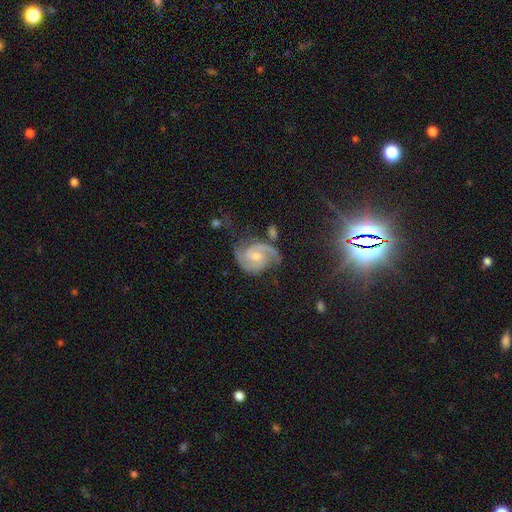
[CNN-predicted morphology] Q: Smooth or featured?
A: featured or disk (87%); runner-up: smooth (7%)
Q: Edge-on disk?
A: no (98%); runner-up: yes (2%)
Q: Bar?
A: no (51%); runner-up: weak (42%)
Q: Spiral arms?
A: yes (97%); runner-up: no (3%)
Q: Spiral winding?
A: medium (50%); runner-up: tight (35%)
Q: Spiral arm count?
A: 2 (83%); runner-up: can't tell (5%)
Q: Bulge size?
A: moderate (48%); runner-up: small (45%)
Q: Merging?
A: none (59%); runner-up: minor disturbance (24%)